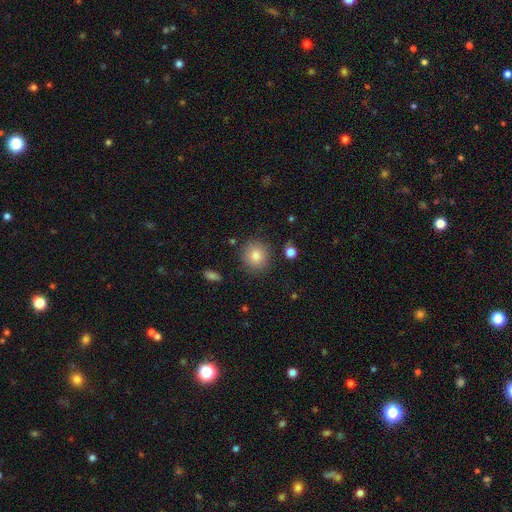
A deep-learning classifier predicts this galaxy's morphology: type=smooth (82%); roundness=round (89%); merging=none (87%).